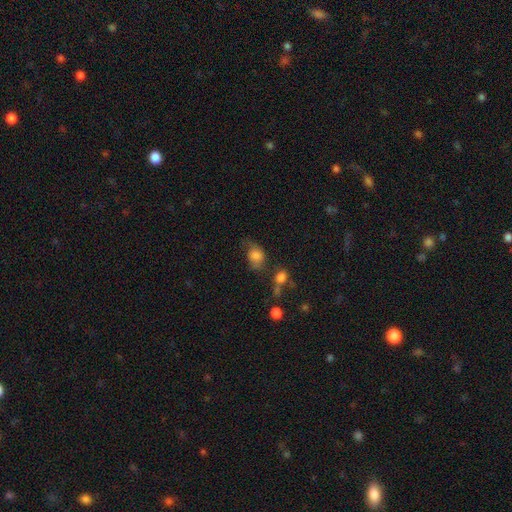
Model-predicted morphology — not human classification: Q: Smooth or featured?
A: smooth (78%); runner-up: featured or disk (12%)
Q: How rounded?
A: in between (53%); runner-up: round (46%)
Q: Merging?
A: none (38%); runner-up: minor disturbance (30%)